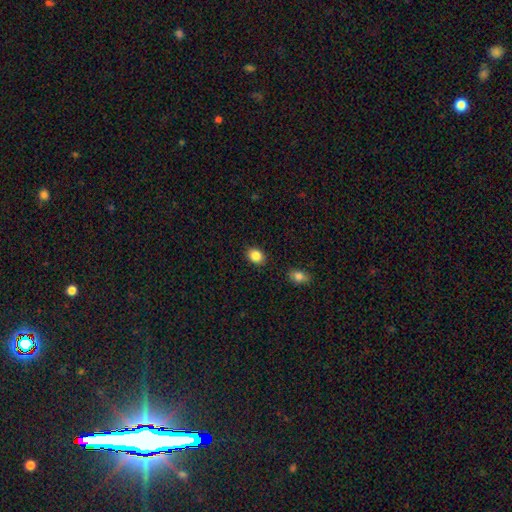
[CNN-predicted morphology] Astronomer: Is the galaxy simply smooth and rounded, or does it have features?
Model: smooth — 87%.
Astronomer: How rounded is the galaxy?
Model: in between — 56% (runner-up: round, 43%).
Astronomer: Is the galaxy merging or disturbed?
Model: none — 87%.